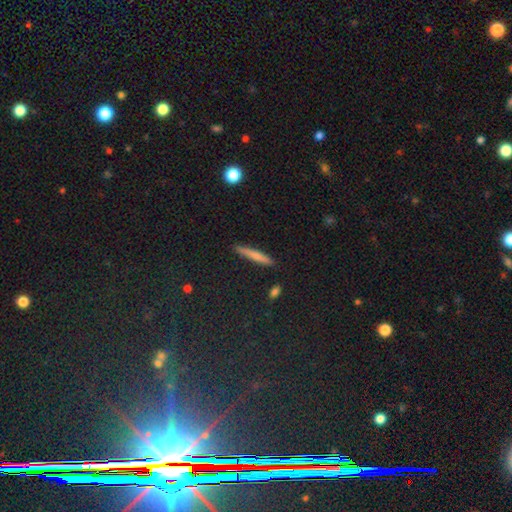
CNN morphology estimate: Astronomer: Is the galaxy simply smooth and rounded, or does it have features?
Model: smooth — 66%.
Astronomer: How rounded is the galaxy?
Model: cigar-shaped — 93%.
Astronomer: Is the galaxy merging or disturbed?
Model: none — 88%.